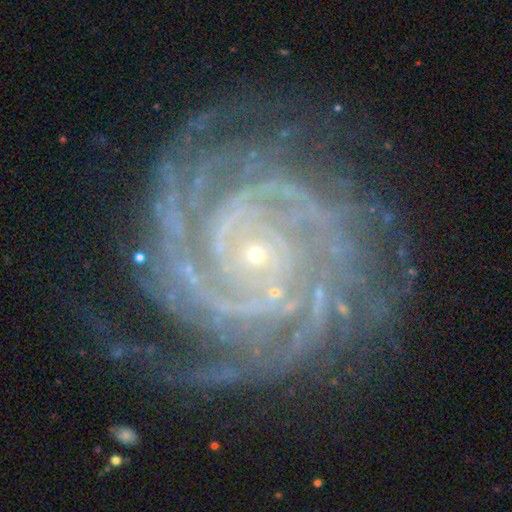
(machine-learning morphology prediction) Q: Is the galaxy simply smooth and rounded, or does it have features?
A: featured or disk — 92%.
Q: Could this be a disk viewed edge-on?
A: no — 98%.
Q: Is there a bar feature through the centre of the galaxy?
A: no — 72%.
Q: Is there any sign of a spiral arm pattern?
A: yes — 99%.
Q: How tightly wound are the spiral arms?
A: tight — 81%.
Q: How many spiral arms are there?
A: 4 — 24%.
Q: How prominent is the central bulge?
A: small — 88%.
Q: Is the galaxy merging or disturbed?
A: none — 75%.